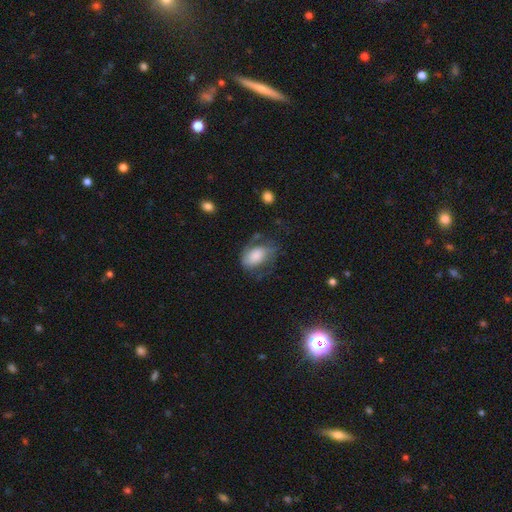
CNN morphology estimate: smooth-or-featured: featured or disk: 48% | smooth: 44% | star or artifact: 8%
  merging: none: 44% | minor disturbance: 27% | major disturbance: 26% | merger: 3%